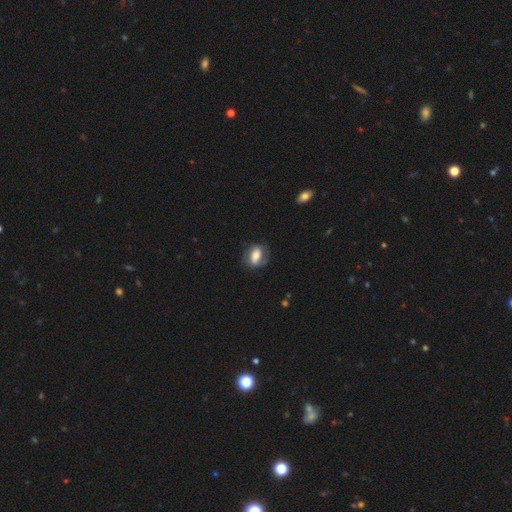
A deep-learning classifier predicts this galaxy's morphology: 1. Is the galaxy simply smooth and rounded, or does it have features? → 48% featured or disk, 44% smooth, 7% star or artifact.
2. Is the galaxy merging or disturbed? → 66% none, 21% minor disturbance, 12% major disturbance, 2% merger.